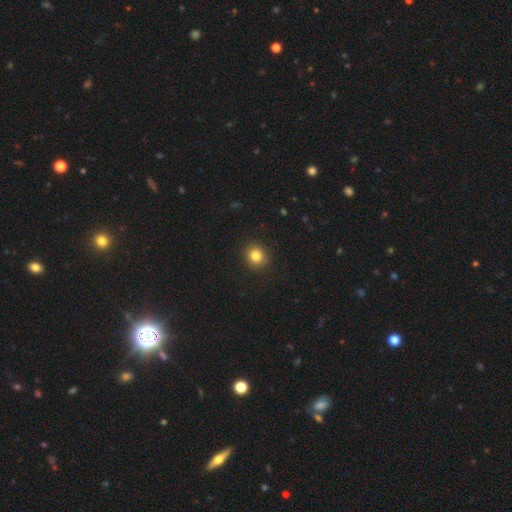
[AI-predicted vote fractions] Morphology: type=smooth (83%); roundness=round (87%); merging=none (89%).